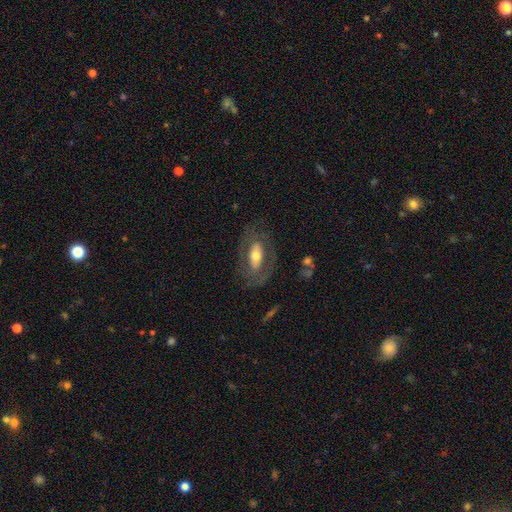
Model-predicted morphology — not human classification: Overall: featured or disk (58%; smooth 36%). Edge-on disk: no (85%). Merging: none (70%).